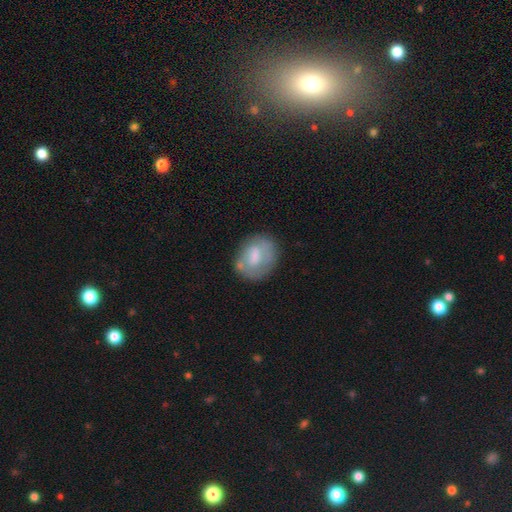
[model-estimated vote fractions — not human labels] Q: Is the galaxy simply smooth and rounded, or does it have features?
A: smooth — 59%.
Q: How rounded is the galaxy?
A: in between — 50%.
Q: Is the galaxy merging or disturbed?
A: none — 62%.